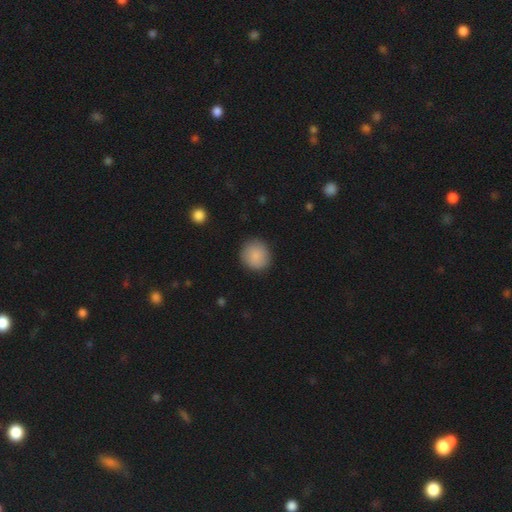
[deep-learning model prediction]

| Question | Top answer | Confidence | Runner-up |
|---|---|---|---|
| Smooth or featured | smooth | 87% | star or artifact (7%) |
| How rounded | round | 92% | in between (7%) |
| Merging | none | 89% | minor disturbance (7%) |